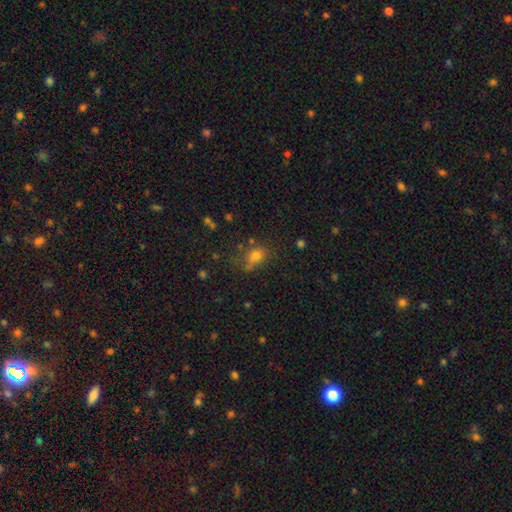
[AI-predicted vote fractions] The model was most divided on "how rounded": in between: 52%, round: 46%, cigar-shaped: 2%. More confident: smooth or featured — smooth (72%); merging — none (57%).